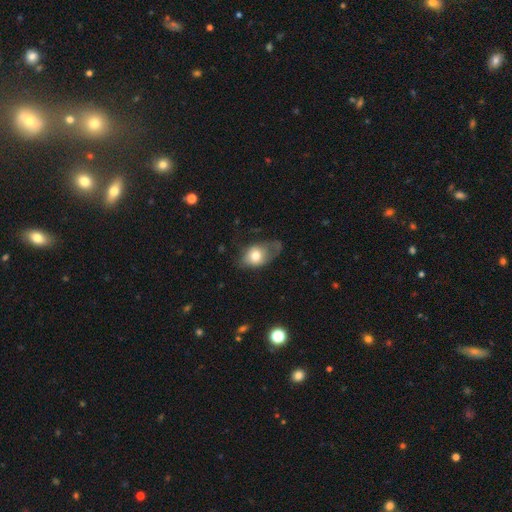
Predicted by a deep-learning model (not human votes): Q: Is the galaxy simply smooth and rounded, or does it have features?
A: smooth — 70%.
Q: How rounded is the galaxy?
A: in between — 75%.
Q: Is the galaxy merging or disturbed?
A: minor disturbance — 34%.